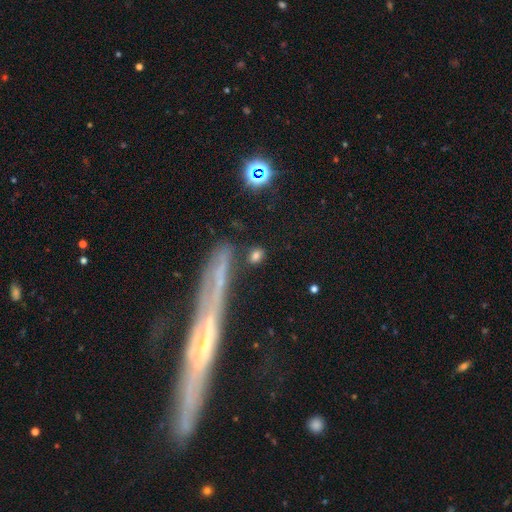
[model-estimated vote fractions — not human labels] smooth_or_featured: smooth (p=0.77) [alt: featured or disk p=0.13]
how_rounded: in between (p=0.54) [alt: round p=0.34]
merging: none (p=0.76) [alt: minor disturbance p=0.13]